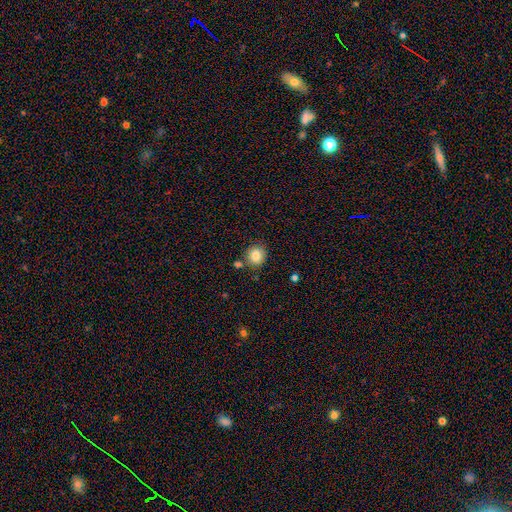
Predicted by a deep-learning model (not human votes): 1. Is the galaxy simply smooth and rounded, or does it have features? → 84% smooth, 10% star or artifact, 6% featured or disk.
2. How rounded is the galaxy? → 74% round, 25% in between, 1% cigar-shaped.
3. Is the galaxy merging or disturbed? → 77% none, 11% minor disturbance, 8% merger, 3% major disturbance.